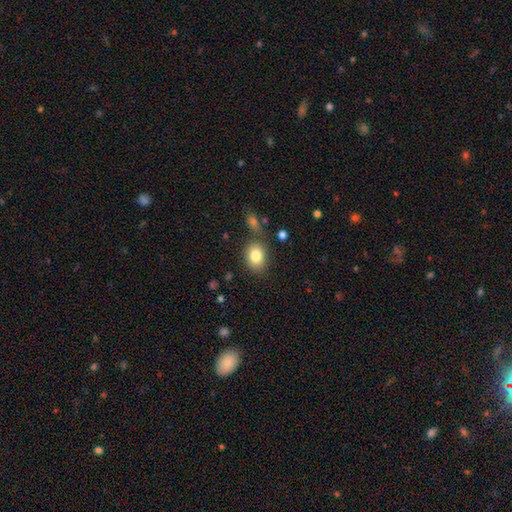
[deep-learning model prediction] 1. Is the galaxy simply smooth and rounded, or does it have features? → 83% smooth, 9% featured or disk, 9% star or artifact.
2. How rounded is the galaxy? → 67% in between, 32% round, 1% cigar-shaped.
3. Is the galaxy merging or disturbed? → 76% none, 14% minor disturbance, 6% merger, 4% major disturbance.